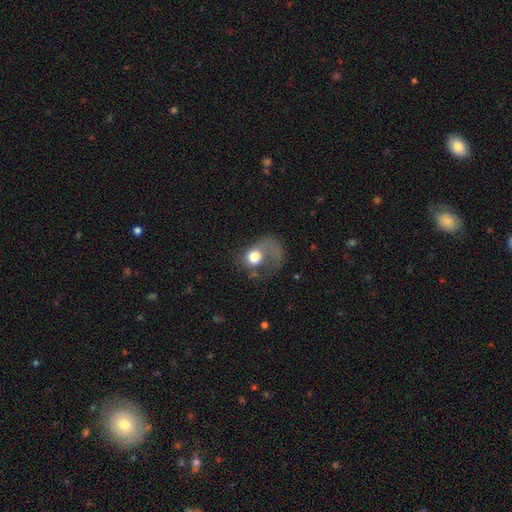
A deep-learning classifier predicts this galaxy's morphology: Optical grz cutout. It shows a smooth galaxy with no disk features (55%) that is round (57%). Merging: major disturbance (59%).